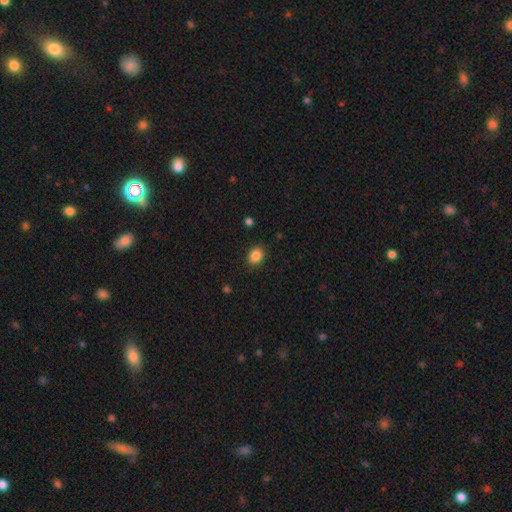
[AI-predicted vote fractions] Smooth or featured? smooth (87%)
How rounded? in between (52%)
Merging? none (88%)